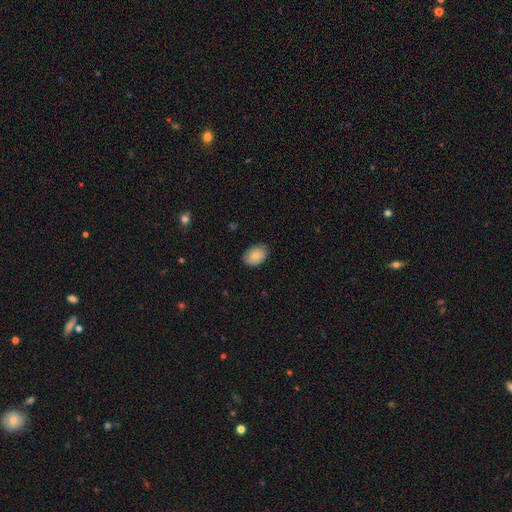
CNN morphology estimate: smooth-or-featured: smooth: 85% | featured or disk: 8% | star or artifact: 7%
  how-rounded: in between: 83% | round: 16% | cigar-shaped: 1%
  merging: none: 84% | minor disturbance: 13% | major disturbance: 2% | merger: 1%